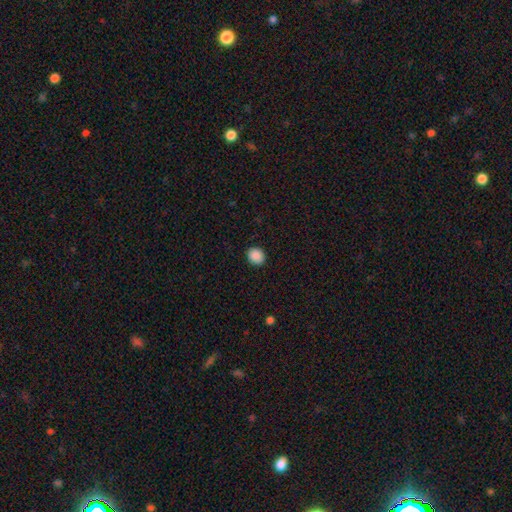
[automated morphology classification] Smooth or featured? Predicted: smooth (p=0.89). How rounded? Predicted: round (p=0.70). Merging? Predicted: none (p=0.91).